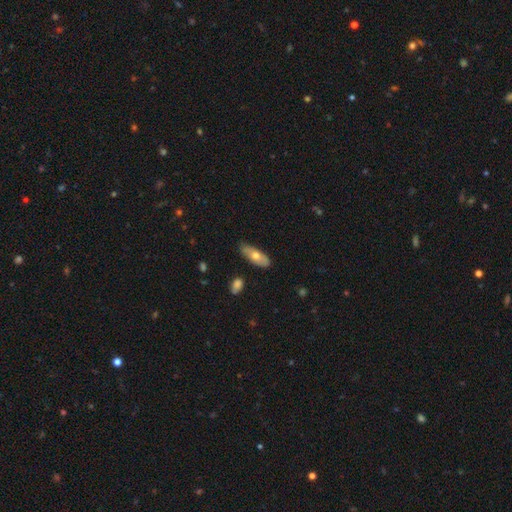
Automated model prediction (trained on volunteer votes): Smooth or featured: smooth — 60% (featured or disk — 34%)
How rounded: in between — 74% (cigar-shaped — 23%)
Merging: none — 75% (minor disturbance — 20%)